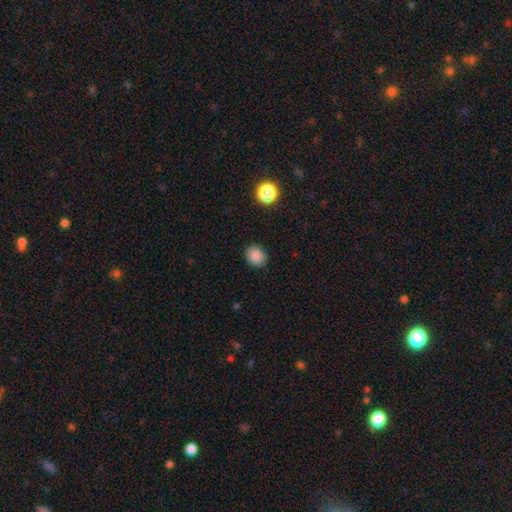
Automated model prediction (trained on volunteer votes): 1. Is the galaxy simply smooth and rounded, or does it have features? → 86% smooth, 10% star or artifact, 3% featured or disk.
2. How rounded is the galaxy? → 62% round, 37% in between, 1% cigar-shaped.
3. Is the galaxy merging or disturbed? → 88% none, 8% minor disturbance, 2% major disturbance, 1% merger.